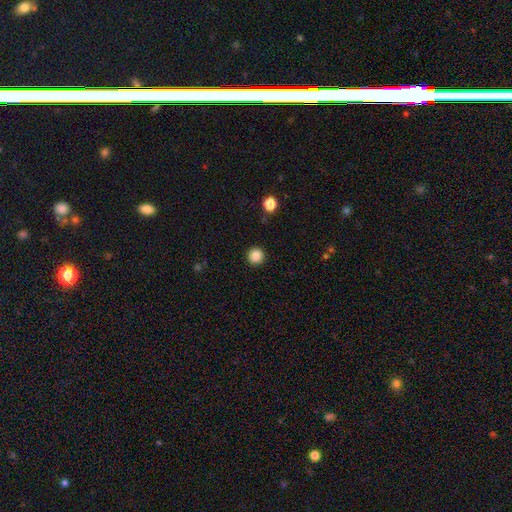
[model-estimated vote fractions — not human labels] Smooth or featured?
  - smooth: 87% *
  - star or artifact: 10%
  - featured or disk: 3%
How rounded?
  - round: 96% *
  - in between: 3%
  - cigar-shaped: 1%
Merging?
  - none: 92% *
  - minor disturbance: 5%
  - major disturbance: 2%
  - merger: 1%